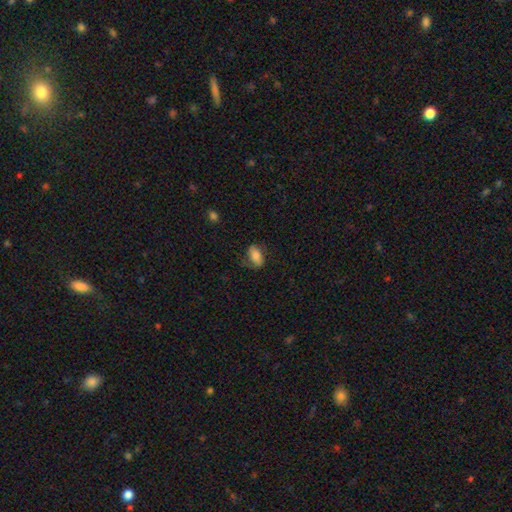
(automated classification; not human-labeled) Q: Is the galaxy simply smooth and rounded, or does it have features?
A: smooth — 75%.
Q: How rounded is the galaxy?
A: in between — 88%.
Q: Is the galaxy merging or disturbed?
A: none — 64%.